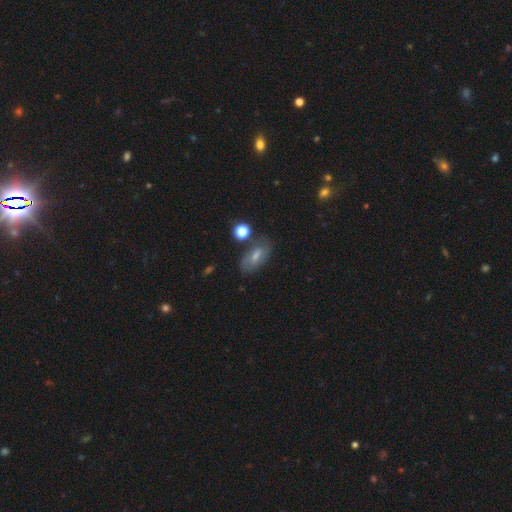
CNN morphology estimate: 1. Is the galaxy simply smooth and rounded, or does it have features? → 61% smooth, 28% featured or disk, 11% star or artifact.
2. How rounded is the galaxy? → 81% in between, 13% cigar-shaped, 6% round.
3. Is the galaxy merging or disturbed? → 67% none, 19% minor disturbance, 7% merger, 7% major disturbance.